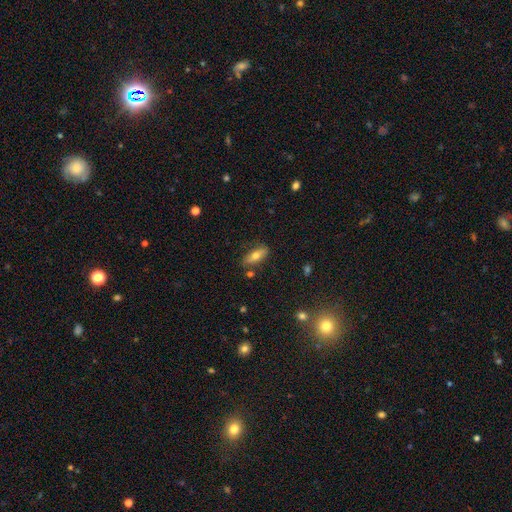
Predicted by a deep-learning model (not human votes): Smooth or featured: smooth — 62% (featured or disk — 31%)
How rounded: in between — 66% (cigar-shaped — 31%)
Merging: none — 79% (minor disturbance — 14%)